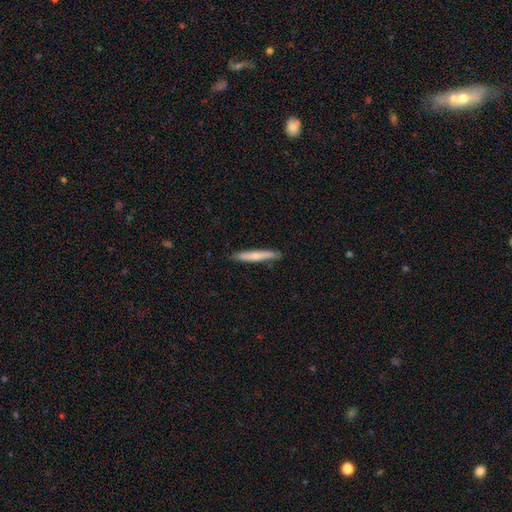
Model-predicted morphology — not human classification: This appears to be a smooth galaxy with no disk features (61%) that is cigar-shaped (94%). Merging: none (85%).